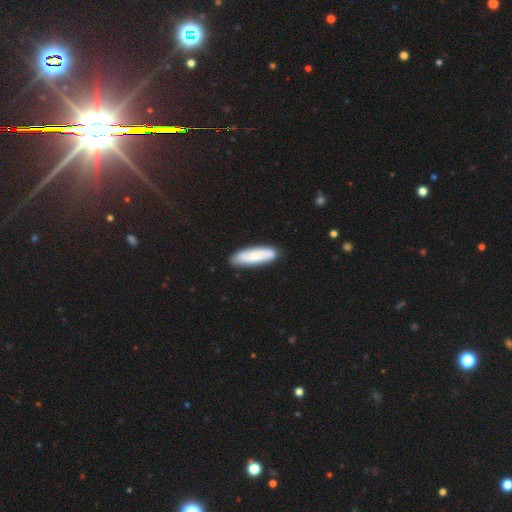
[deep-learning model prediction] Smooth or featured? Predicted: smooth (p=0.68). How rounded? Predicted: cigar-shaped (p=0.59). Merging? Predicted: none (p=0.85).